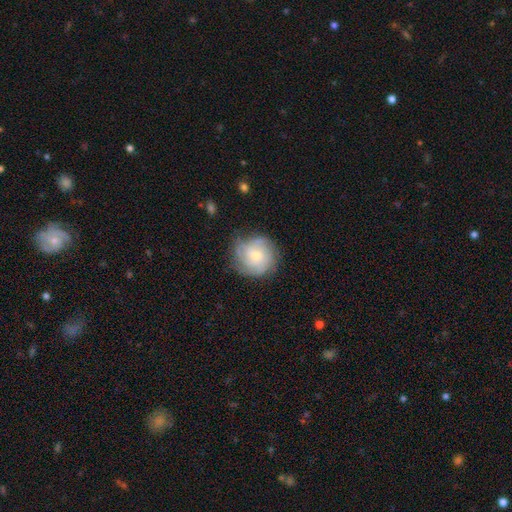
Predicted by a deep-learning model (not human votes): A featured or disk galaxy (60%) with no bar (73%), tight (56%) spiral arms (88%) and a small central bulge (55%). Merging: none (72%).